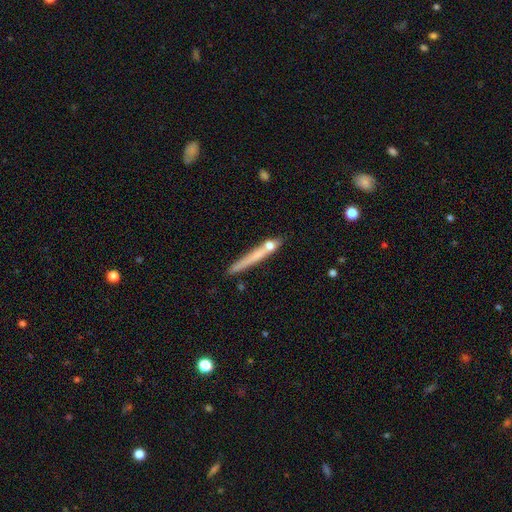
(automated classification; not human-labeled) smooth 55%, featured or disk 37%, star or artifact 8%. Down the decision tree: how rounded — cigar-shaped (95%); merging — none (73%).